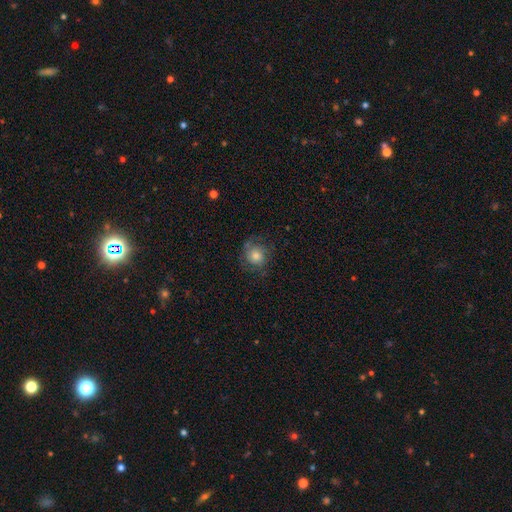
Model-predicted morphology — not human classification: A smooth galaxy with no disk features (57%) that is round (85%). Merging: none (69%).